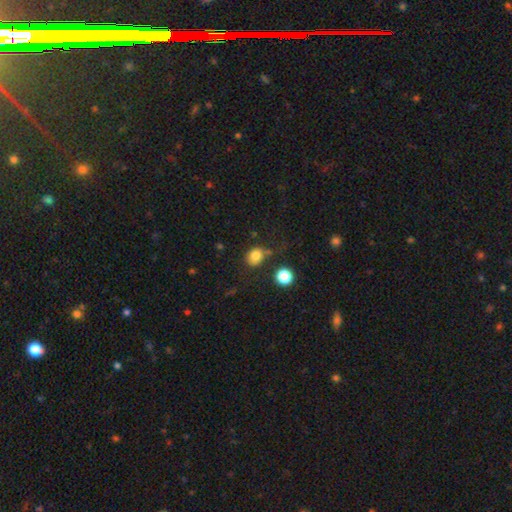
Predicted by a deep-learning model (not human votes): smooth-or-featured: smooth: 81% | star or artifact: 12% | featured or disk: 7%
  how-rounded: round: 65% | in between: 34% | cigar-shaped: 1%
  merging: none: 64% | minor disturbance: 20% | merger: 9% | major disturbance: 8%